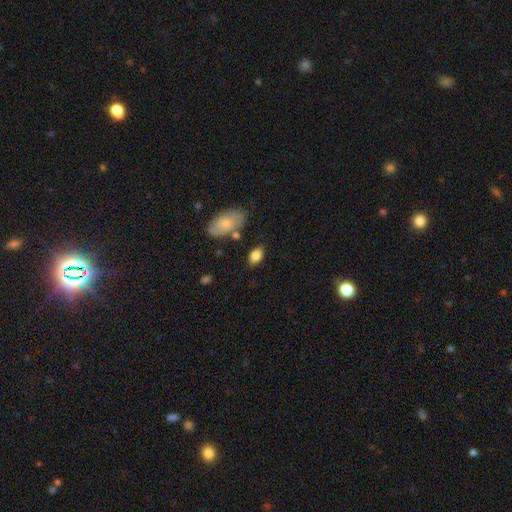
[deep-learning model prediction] Overall: smooth (80%). How rounded: in between (90%). Merging: none (76%).